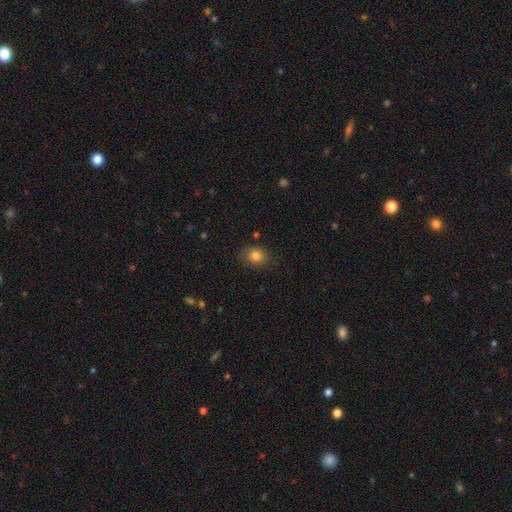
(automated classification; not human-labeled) smooth 81%, star or artifact 11%, featured or disk 8%. Down the decision tree: how rounded — round (50%); merging — none (83%).